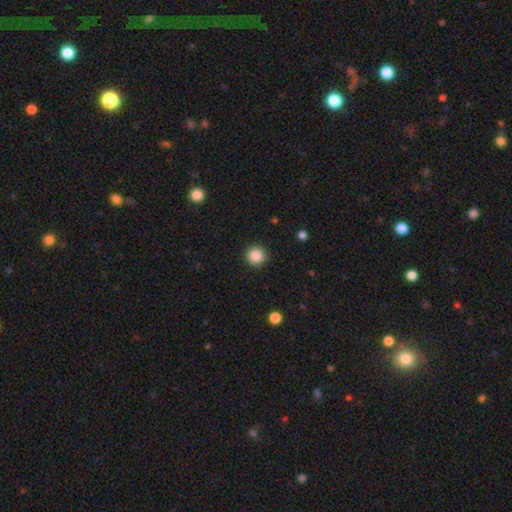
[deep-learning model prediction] smooth 87%, star or artifact 10%, featured or disk 3%. Down the decision tree: how rounded — round (95%); merging — none (91%).